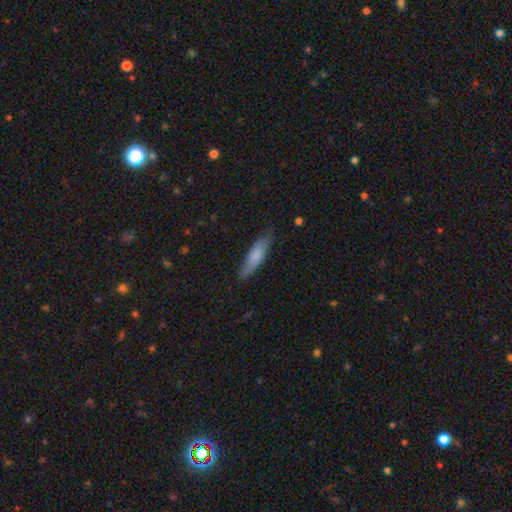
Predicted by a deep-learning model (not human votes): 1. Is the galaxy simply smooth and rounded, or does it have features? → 74% smooth, 20% featured or disk, 6% star or artifact.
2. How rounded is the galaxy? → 70% cigar-shaped, 29% in between, 2% round.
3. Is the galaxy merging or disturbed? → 79% none, 17% minor disturbance, 3% major disturbance, 1% merger.